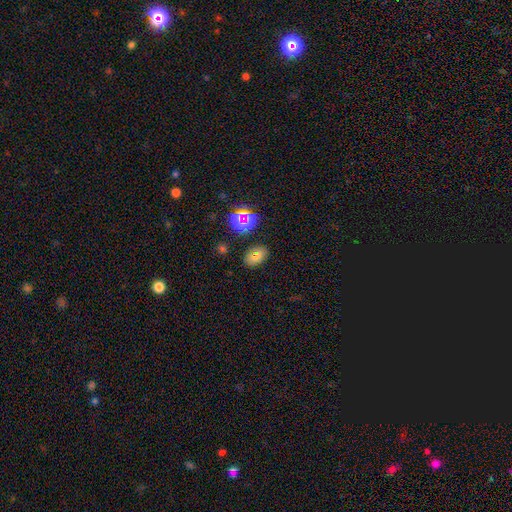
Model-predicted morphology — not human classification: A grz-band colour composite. It shows a smooth galaxy with no disk features (70%) that is in between round and cigar-shaped (85%). Merging: none (82%).